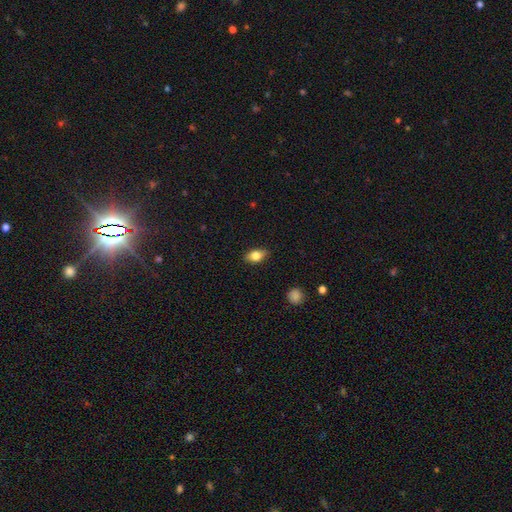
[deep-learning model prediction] smooth 78%, featured or disk 14%, star or artifact 8%. Down the decision tree: how rounded — in between (85%); merging — none (87%).